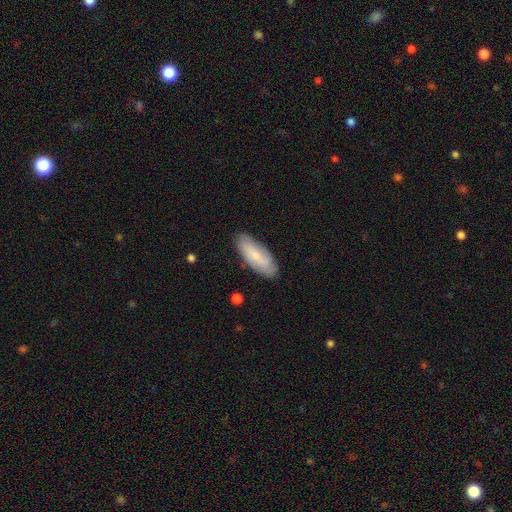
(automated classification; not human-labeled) smooth-or-featured: smooth: 68% | featured or disk: 25% | star or artifact: 6%
  how-rounded: in between: 72% | cigar-shaped: 27% | round: 2%
  merging: none: 83% | minor disturbance: 13% | major disturbance: 3% | merger: 1%